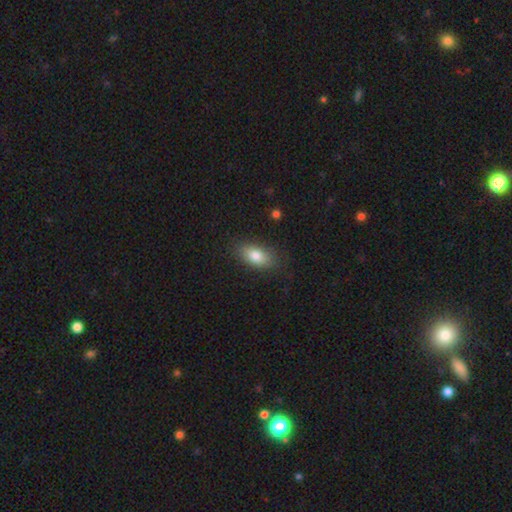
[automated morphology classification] Smooth or featured?
  - smooth: 82% *
  - featured or disk: 10%
  - star or artifact: 8%
How rounded?
  - in between: 89% *
  - round: 7%
  - cigar-shaped: 4%
Merging?
  - none: 83% *
  - minor disturbance: 12%
  - major disturbance: 3%
  - merger: 1%